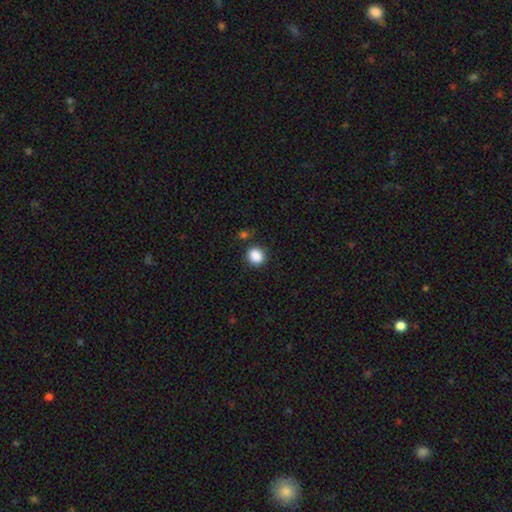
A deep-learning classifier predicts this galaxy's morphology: smooth-or-featured: smooth: 88% | star or artifact: 9% | featured or disk: 3%
  how-rounded: round: 75% | in between: 24% | cigar-shaped: 1%
  merging: none: 84% | minor disturbance: 9% | merger: 4% | major disturbance: 3%